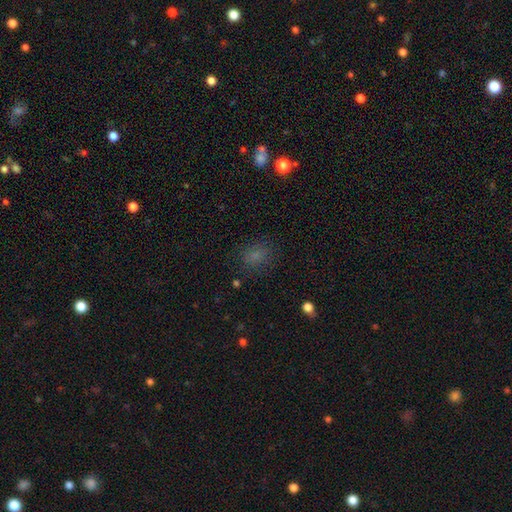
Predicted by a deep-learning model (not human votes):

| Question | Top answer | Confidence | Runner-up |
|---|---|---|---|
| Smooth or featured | smooth | 73% | star or artifact (19%) |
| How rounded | in between | 53% | round (45%) |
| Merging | none | 78% | minor disturbance (14%) |